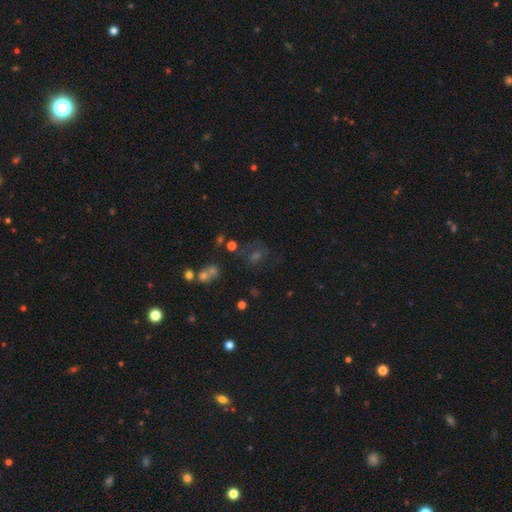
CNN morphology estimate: Smooth or featured: star or artifact — 44% (smooth — 33%)